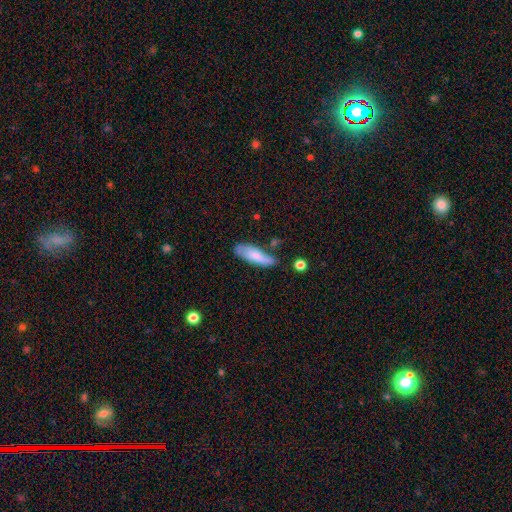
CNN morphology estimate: smooth_or_featured: smooth (p=0.69) [alt: featured or disk p=0.25]
how_rounded: in between (p=0.54) [alt: cigar-shaped p=0.44]
merging: none (p=0.62) [alt: minor disturbance p=0.25]